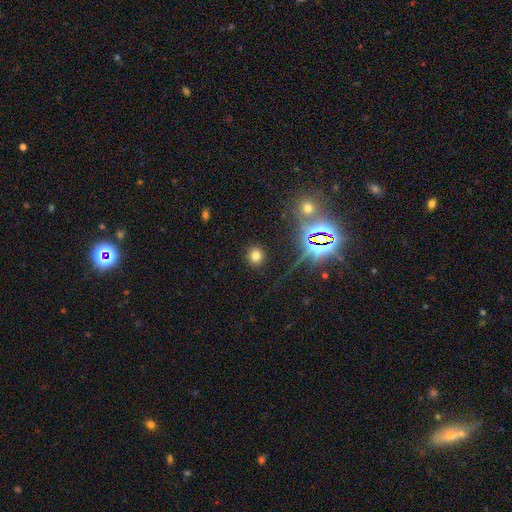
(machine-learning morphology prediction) This is likely a smooth galaxy (71%). How rounded: clearly round (89%). Merging: clearly none (89%).